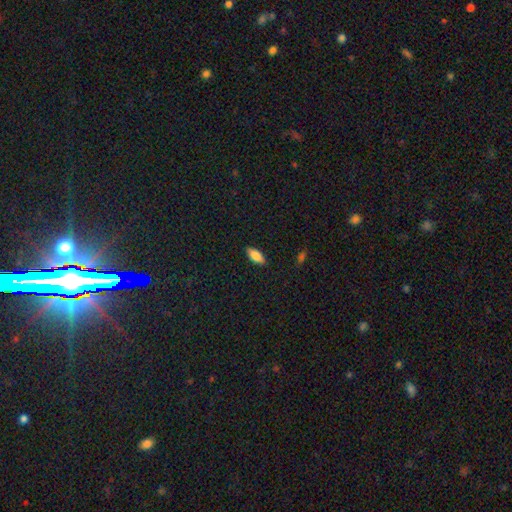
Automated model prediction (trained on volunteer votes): A smooth galaxy with no disk features (79%) that is in between round and cigar-shaped (81%). Merging: none (88%).